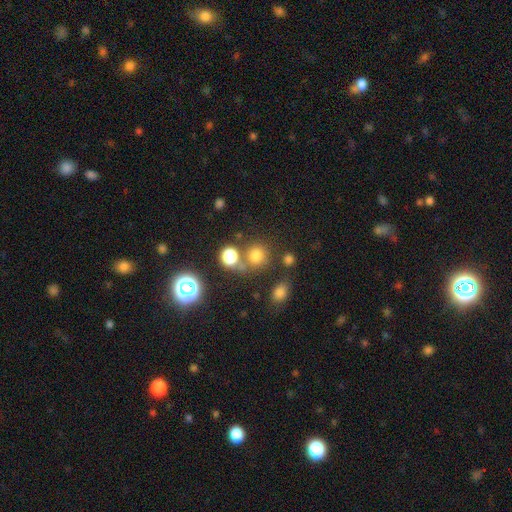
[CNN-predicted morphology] type=smooth (73%); roundness=round (88%); merging=none (68%).